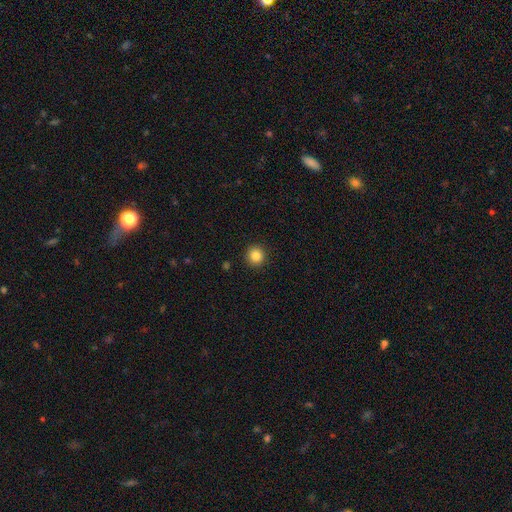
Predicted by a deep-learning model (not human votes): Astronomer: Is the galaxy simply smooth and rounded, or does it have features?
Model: smooth — 85%.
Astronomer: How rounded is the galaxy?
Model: round — 94%.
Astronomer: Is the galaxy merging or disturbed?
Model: none — 92%.